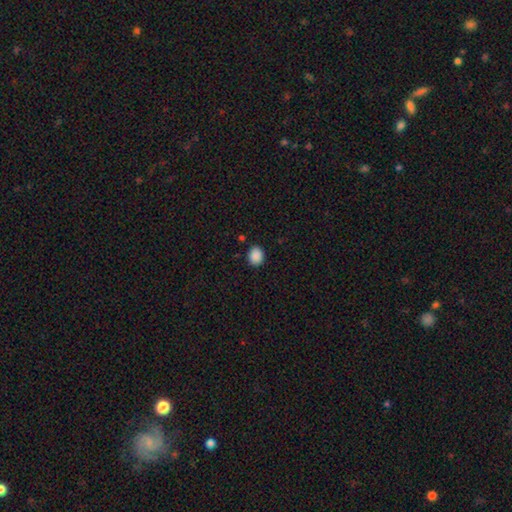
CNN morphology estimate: The model was most divided on "how rounded": round: 56%, in between: 43%, cigar-shaped: 1%. More confident: smooth or featured — smooth (89%); merging — none (87%).